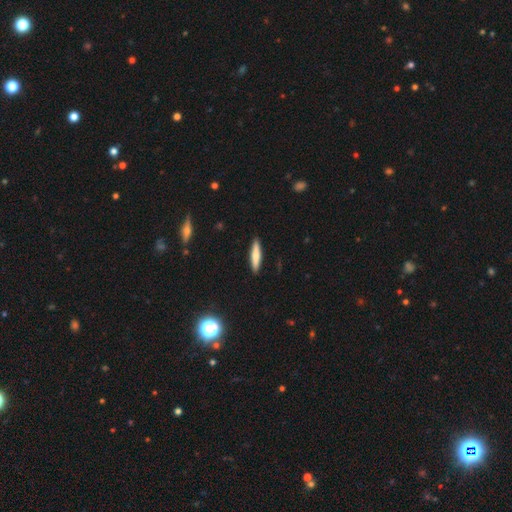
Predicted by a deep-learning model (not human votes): A smooth galaxy with no disk features (70%) that is cigar-shaped (85%). Merging: none (91%).